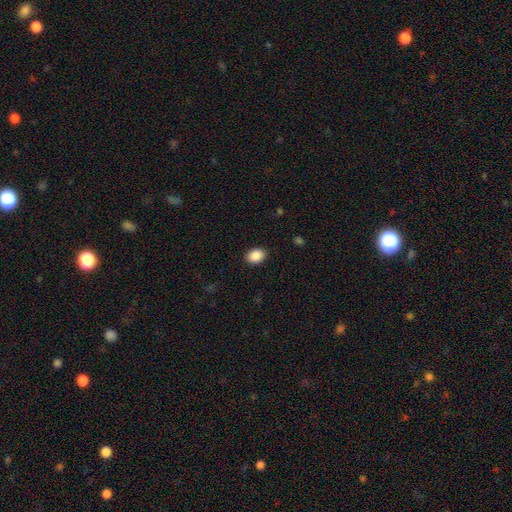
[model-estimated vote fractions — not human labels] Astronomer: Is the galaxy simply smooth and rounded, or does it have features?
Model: smooth — 89%.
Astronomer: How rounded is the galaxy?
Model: in between — 70%.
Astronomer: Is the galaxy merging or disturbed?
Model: none — 90%.